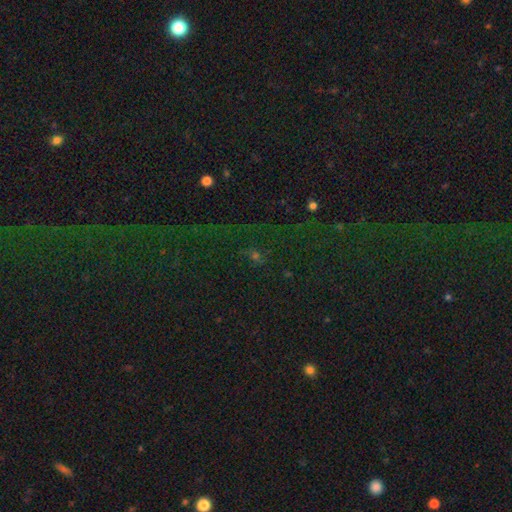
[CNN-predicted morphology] smooth-or-featured: star or artifact: 64% | smooth: 25% | featured or disk: 11%